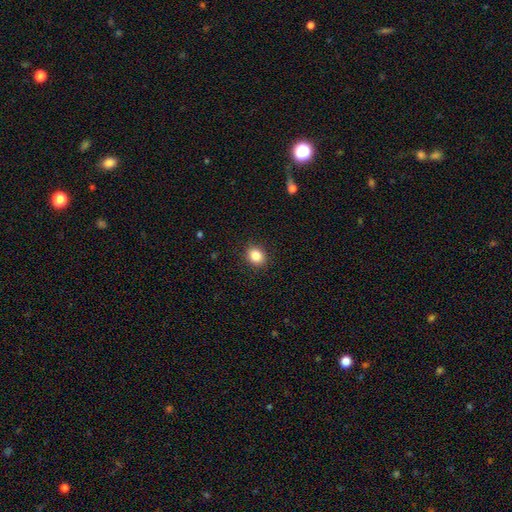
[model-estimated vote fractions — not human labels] Smooth or featured?
  - smooth: 85% *
  - star or artifact: 10%
  - featured or disk: 5%
How rounded?
  - round: 60% *
  - in between: 39%
  - cigar-shaped: 1%
Merging?
  - none: 90% *
  - minor disturbance: 7%
  - major disturbance: 2%
  - merger: 1%